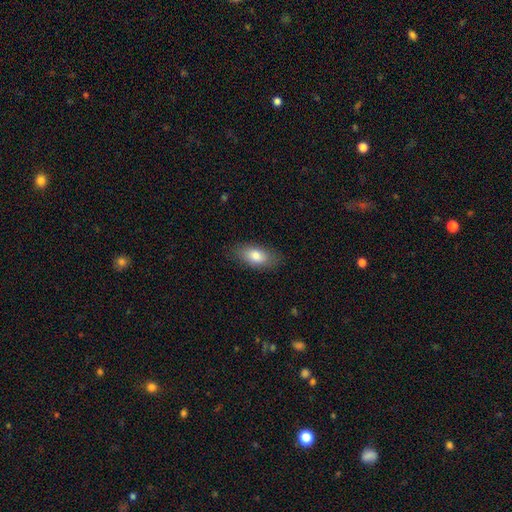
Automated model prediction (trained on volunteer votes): Q: Smooth or featured?
A: smooth (81%); runner-up: featured or disk (13%)
Q: How rounded?
A: in between (88%); runner-up: cigar-shaped (8%)
Q: Merging?
A: none (84%); runner-up: minor disturbance (12%)